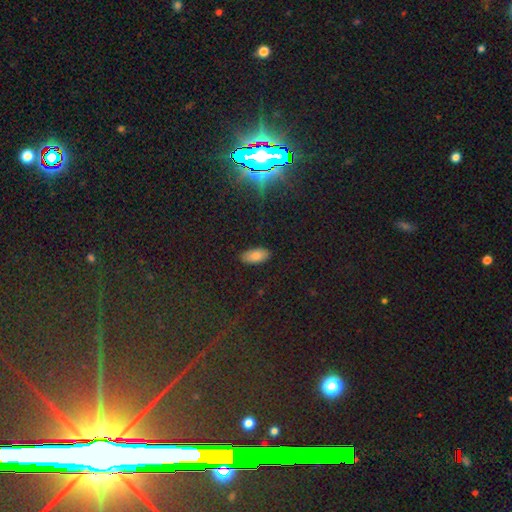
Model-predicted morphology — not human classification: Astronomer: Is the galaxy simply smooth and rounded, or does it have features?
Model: smooth — 82%.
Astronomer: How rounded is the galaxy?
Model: in between — 91%.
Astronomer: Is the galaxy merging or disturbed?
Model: none — 88%.